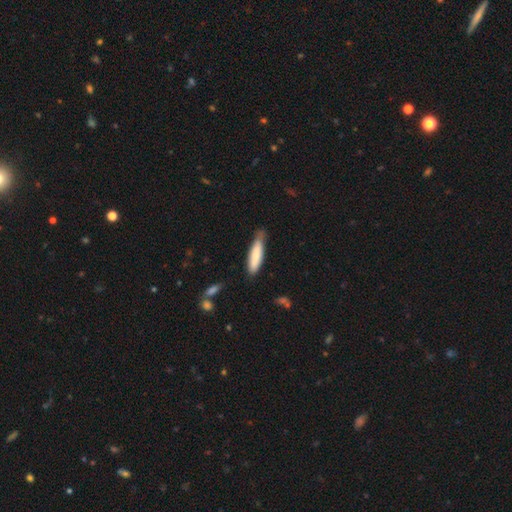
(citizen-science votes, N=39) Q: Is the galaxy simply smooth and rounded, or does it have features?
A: smooth — 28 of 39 (72%).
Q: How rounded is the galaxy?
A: cigar-shaped — 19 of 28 (68%).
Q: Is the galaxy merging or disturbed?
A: none — 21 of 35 (60%).